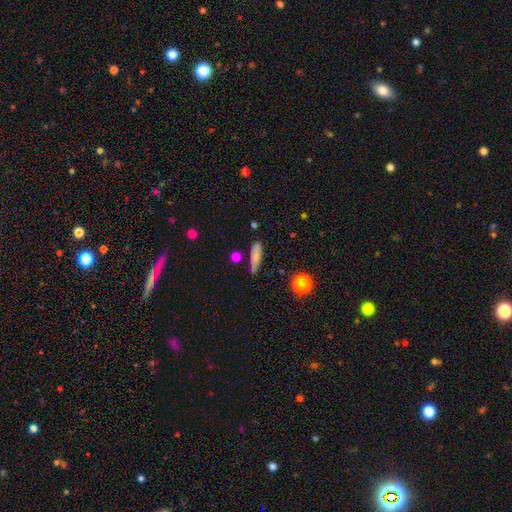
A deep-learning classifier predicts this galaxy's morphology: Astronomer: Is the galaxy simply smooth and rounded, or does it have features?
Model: smooth — 77%.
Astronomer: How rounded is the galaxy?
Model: cigar-shaped — 72%.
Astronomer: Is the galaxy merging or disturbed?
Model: none — 69%.